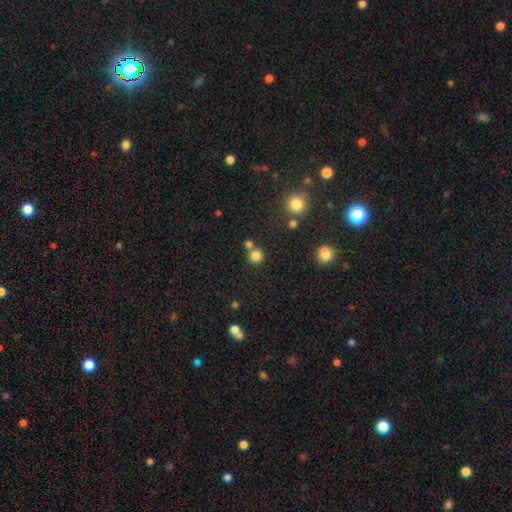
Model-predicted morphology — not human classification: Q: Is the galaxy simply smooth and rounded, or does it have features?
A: smooth — 79%.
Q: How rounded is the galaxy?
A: round — 92%.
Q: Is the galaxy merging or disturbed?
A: none — 68%.